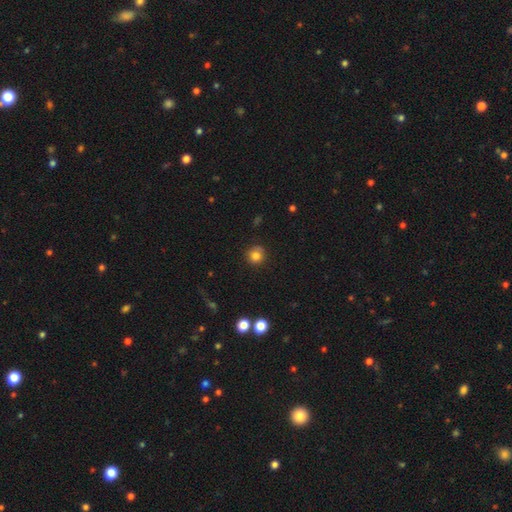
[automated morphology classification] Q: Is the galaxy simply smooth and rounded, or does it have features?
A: smooth — 83%.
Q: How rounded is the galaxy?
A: round — 91%.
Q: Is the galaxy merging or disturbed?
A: none — 85%.